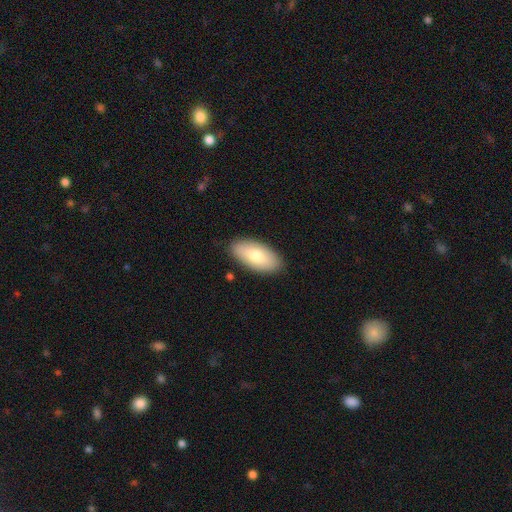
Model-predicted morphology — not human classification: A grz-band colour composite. It shows a smooth galaxy with no disk features (75%) that is in between round and cigar-shaped (92%). Merging: none (87%).